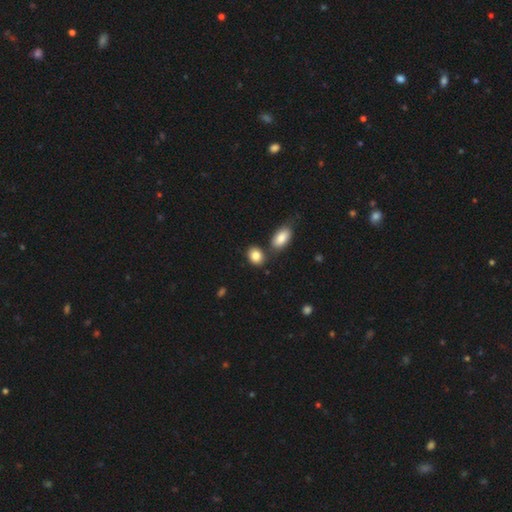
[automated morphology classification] Smooth or featured? Predicted: smooth (p=0.85). How rounded? Predicted: in between (p=0.66). Merging? Predicted: none (p=0.67).